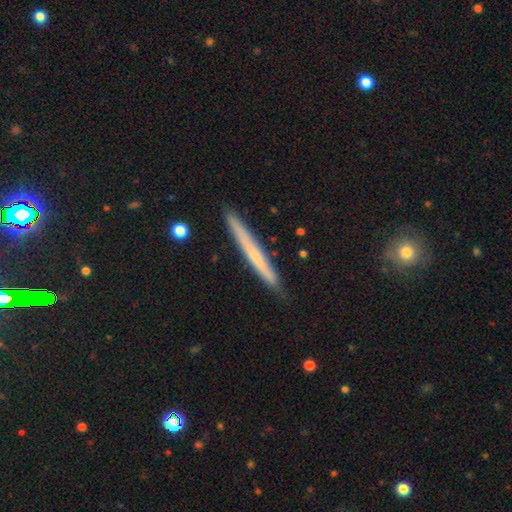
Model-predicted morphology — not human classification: The model was most divided on "smooth or featured": featured or disk: 50%, smooth: 43%, star or artifact: 7%. More confident: edge-on disk — yes (96%); merging — none (90%).